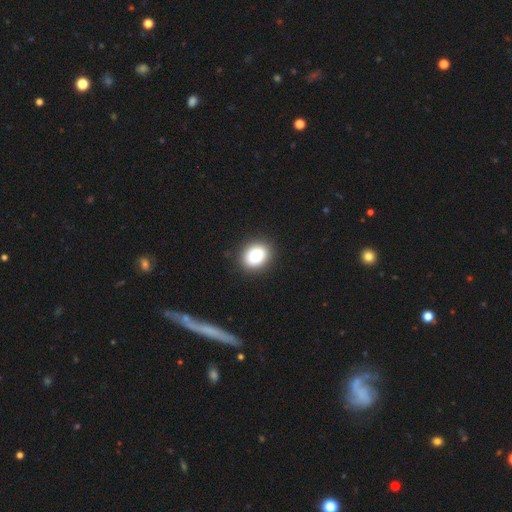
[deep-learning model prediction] This is clearly a smooth galaxy (87%). How rounded: possibly in between (55%). Merging: clearly none (87%).